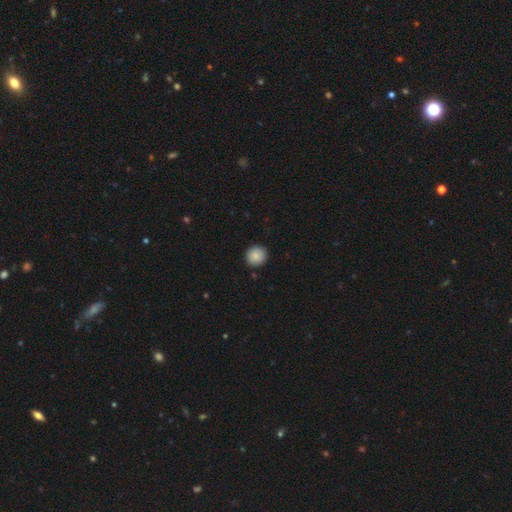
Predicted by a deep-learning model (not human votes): Q: Smooth or featured?
A: smooth (88%); runner-up: star or artifact (8%)
Q: How rounded?
A: round (91%); runner-up: in between (8%)
Q: Merging?
A: none (90%); runner-up: minor disturbance (8%)